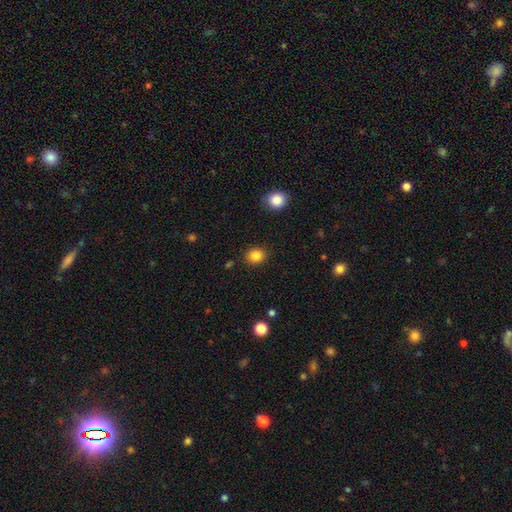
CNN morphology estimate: smooth-or-featured: smooth: 85% | star or artifact: 10% | featured or disk: 5%
  how-rounded: round: 67% | in between: 32% | cigar-shaped: 1%
  merging: none: 88% | minor disturbance: 8% | major disturbance: 2% | merger: 2%